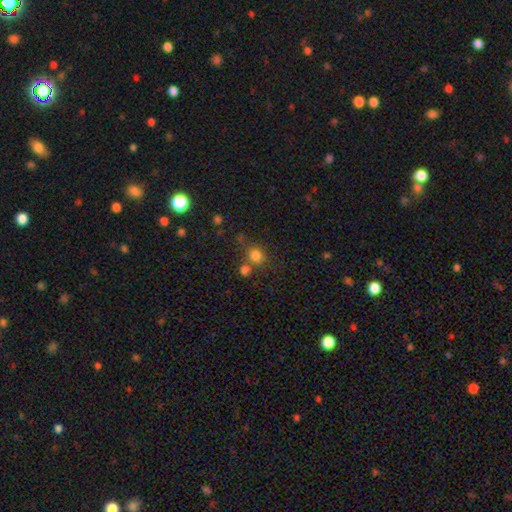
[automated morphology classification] smooth 79%, star or artifact 14%, featured or disk 7%. Down the decision tree: how rounded — round (84%); merging — none (62%).